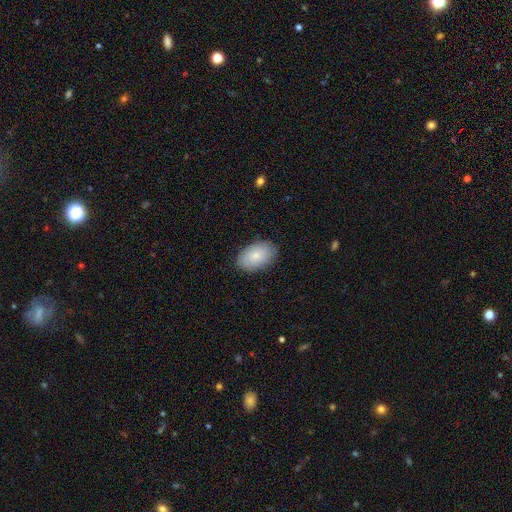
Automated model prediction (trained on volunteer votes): This is likely a smooth galaxy (80%). How rounded: clearly in between (91%). Merging: clearly none (86%).